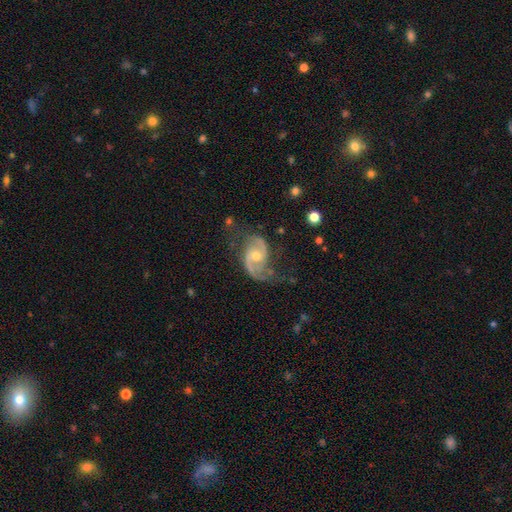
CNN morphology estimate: featured or disk 90%, smooth 5%, star or artifact 5%. Down the decision tree: edge-on disk — no (98%); bar — no (54%); spiral arms — yes (97%); spiral arm count — 2 (92%); spiral winding — medium (48%); bulge size — moderate (58%); merging — none (62%).